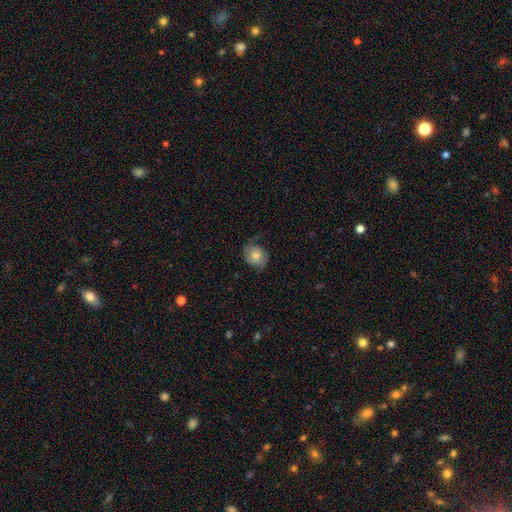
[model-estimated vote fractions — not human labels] The model was most divided on "smooth or featured": smooth: 53%, featured or disk: 39%, star or artifact: 8%. More confident: merging — none (62%); how rounded — round (61%).